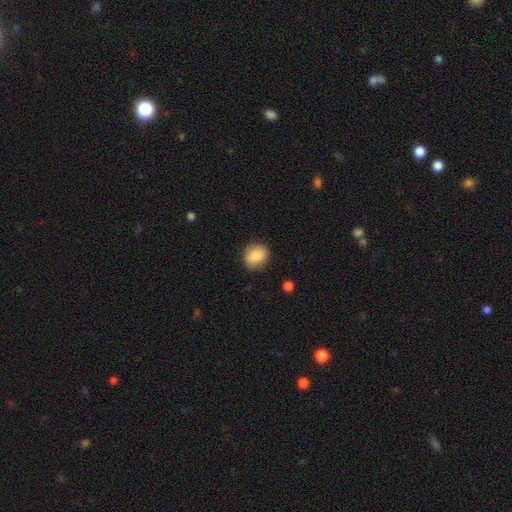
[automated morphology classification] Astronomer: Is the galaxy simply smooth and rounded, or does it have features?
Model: smooth — 83%.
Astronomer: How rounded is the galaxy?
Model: round — 59% (runner-up: in between, 39%).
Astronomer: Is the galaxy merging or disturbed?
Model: none — 82%.